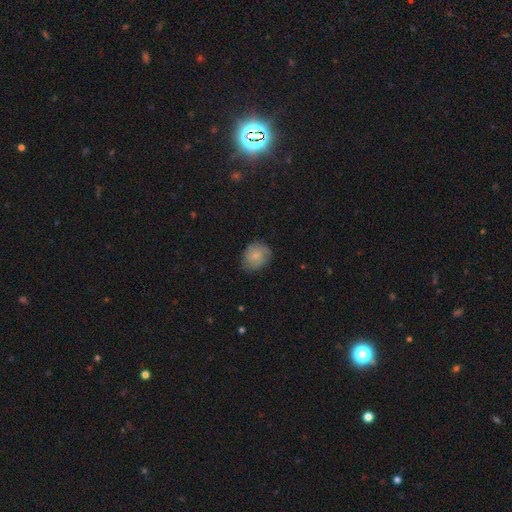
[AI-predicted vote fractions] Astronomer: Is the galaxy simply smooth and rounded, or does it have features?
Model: smooth — 68%.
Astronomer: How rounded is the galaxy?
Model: round — 58% (runner-up: in between, 41%).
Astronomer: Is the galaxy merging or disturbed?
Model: none — 74%.